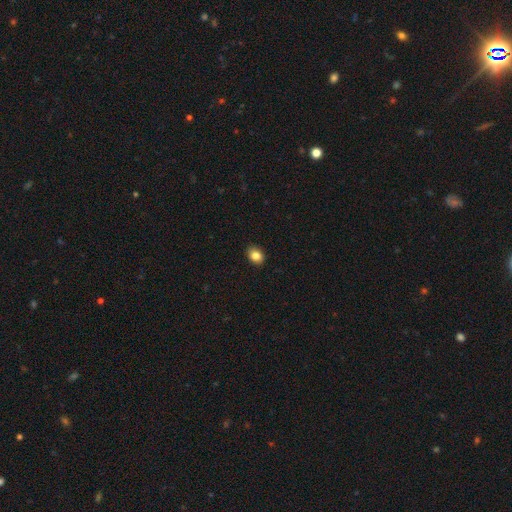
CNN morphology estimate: smooth-or-featured: smooth: 85% | star or artifact: 9% | featured or disk: 6%
  how-rounded: in between: 59% | round: 40% | cigar-shaped: 1%
  merging: none: 90% | minor disturbance: 8% | major disturbance: 2% | merger: 1%